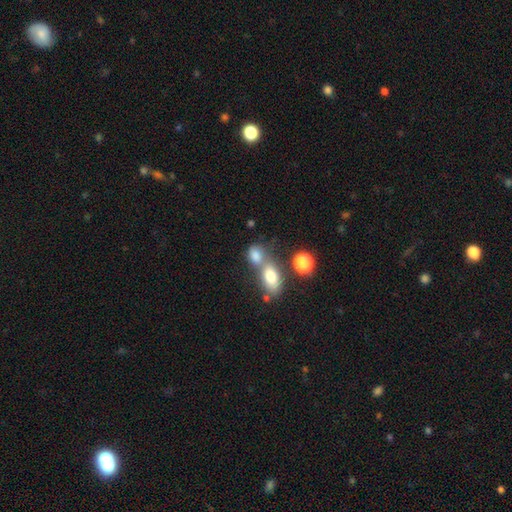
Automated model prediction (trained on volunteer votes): This appears to be a smooth galaxy with no disk features (78%) that is in between round and cigar-shaped (69%). Merging: merger (49%).